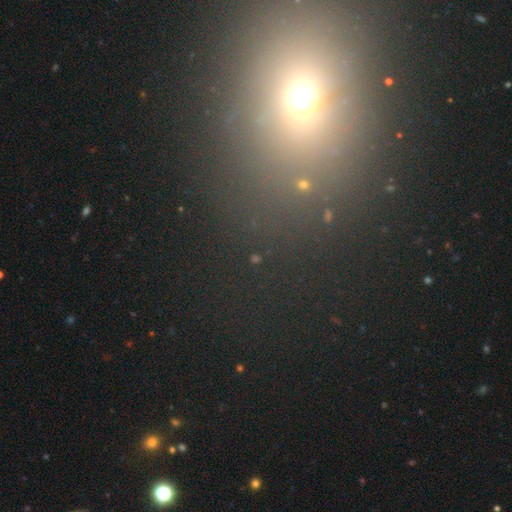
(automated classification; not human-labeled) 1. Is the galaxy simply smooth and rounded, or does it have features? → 46% smooth, 43% star or artifact, 11% featured or disk.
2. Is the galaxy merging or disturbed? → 81% none, 9% minor disturbance, 6% major disturbance, 4% merger.